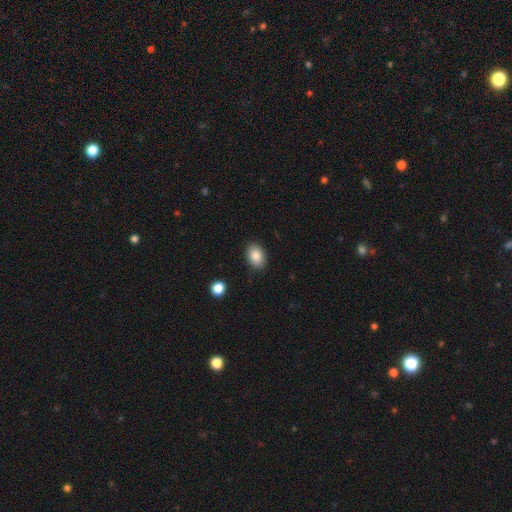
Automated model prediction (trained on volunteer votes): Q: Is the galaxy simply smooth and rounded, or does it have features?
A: smooth — 86%.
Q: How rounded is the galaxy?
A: in between — 83%.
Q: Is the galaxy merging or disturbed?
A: none — 87%.